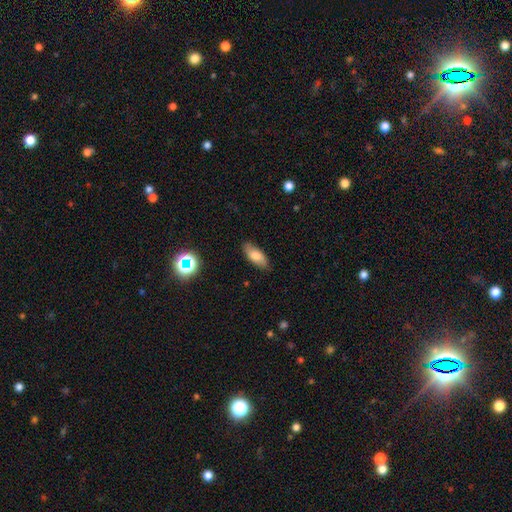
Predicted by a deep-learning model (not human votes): Smooth or featured?
  - smooth: 75% *
  - featured or disk: 17%
  - star or artifact: 8%
How rounded?
  - in between: 80% *
  - cigar-shaped: 17%
  - round: 3%
Merging?
  - none: 85% *
  - minor disturbance: 12%
  - major disturbance: 2%
  - merger: 1%